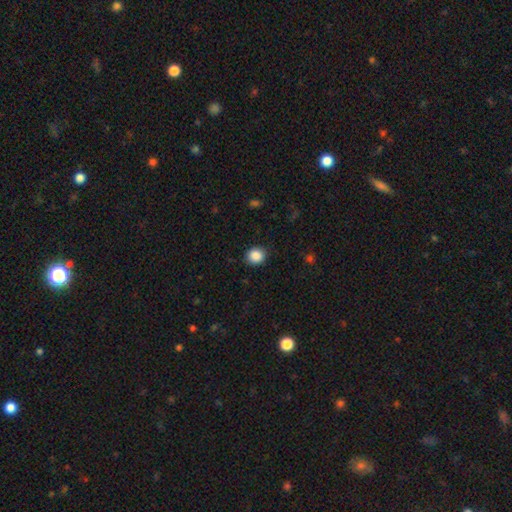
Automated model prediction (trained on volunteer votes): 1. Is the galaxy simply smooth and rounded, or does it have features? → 88% smooth, 9% star or artifact, 3% featured or disk.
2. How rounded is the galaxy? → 78% round, 21% in between, 1% cigar-shaped.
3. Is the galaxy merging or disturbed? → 88% none, 8% minor disturbance, 2% major disturbance, 1% merger.